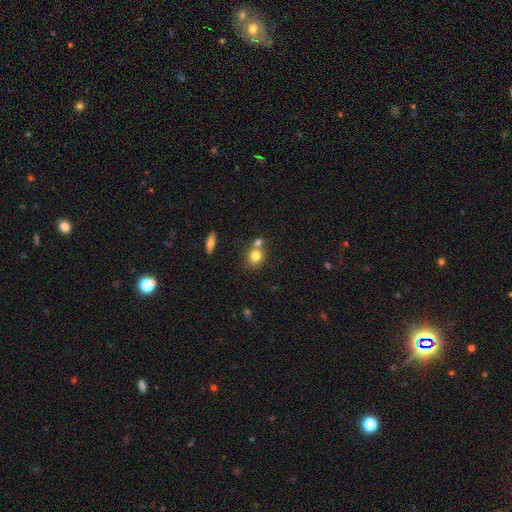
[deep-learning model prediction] Overall: smooth (79%). How rounded: round (77%). Merging: none (53%; merger 36%).